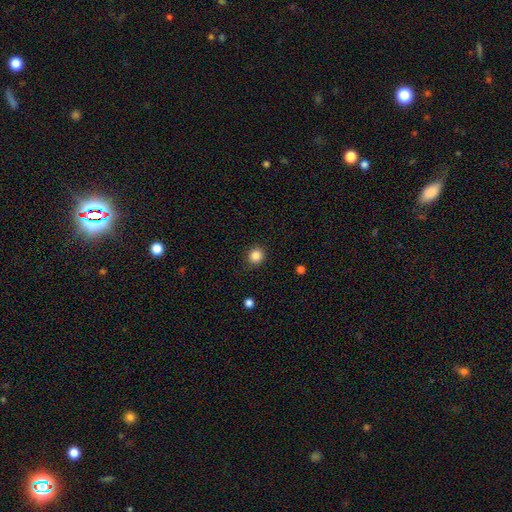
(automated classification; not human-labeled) Overall: smooth (85%). How rounded: round (88%). Merging: none (87%).